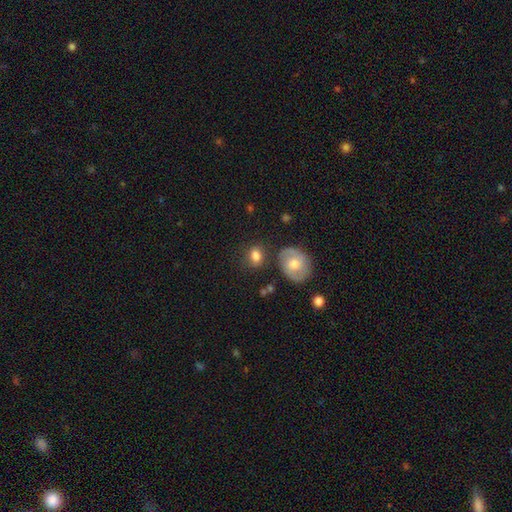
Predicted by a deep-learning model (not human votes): Smooth or featured: smooth — 80% (featured or disk — 11%)
How rounded: in between — 54% (round — 44%)
Merging: none — 69% (minor disturbance — 16%)